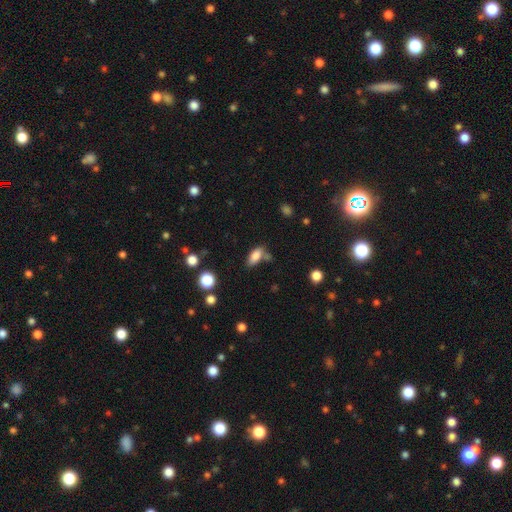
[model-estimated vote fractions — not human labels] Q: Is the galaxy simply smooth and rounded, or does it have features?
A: smooth — 82%.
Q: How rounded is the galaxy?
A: in between — 85%.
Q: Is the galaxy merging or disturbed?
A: none — 58%.